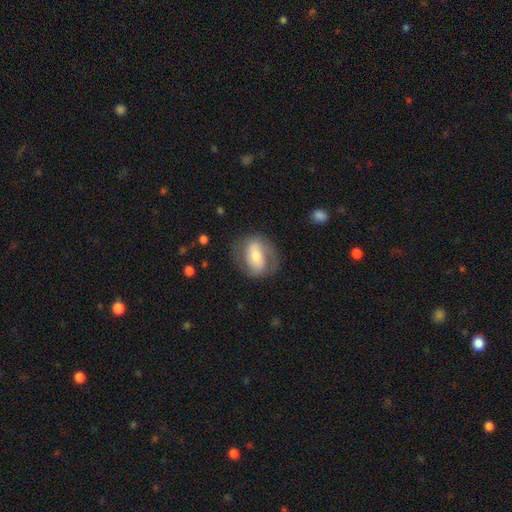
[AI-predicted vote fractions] The model was most divided on "bar": strong: 39%, weak: 33%, no: 27%. More confident: edge-on disk — no (94%); merging — none (71%); spiral arms — yes (70%); smooth or featured — featured or disk (56%); bulge size — moderate (54%).